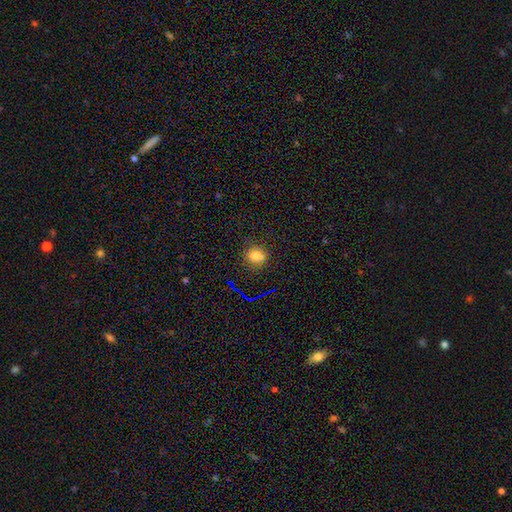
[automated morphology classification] Overall: smooth (71%). How rounded: round (64%; in between 34%). Merging: none (72%).